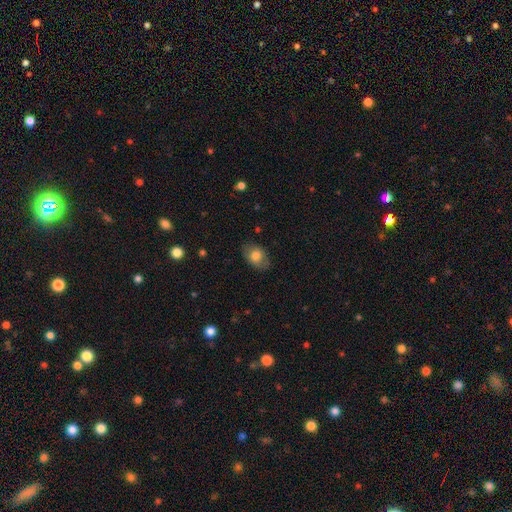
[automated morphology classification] type=smooth (74%); roundness=in between (81%); merging=none (79%).